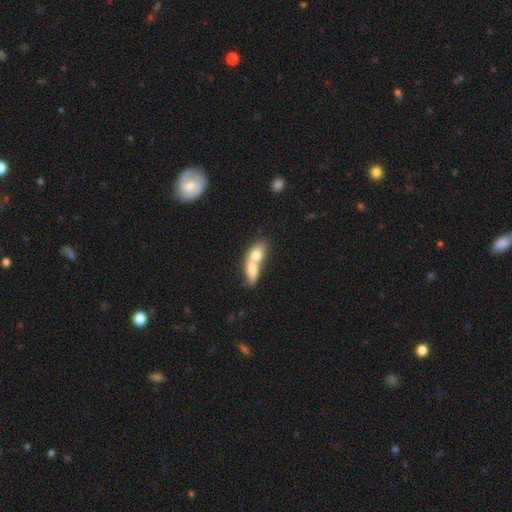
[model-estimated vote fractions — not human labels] Smooth or featured?
  - smooth: 72% *
  - featured or disk: 22%
  - star or artifact: 6%
How rounded?
  - in between: 71% *
  - round: 16%
  - cigar-shaped: 13%
Merging?
  - merger: 80% *
  - none: 12%
  - minor disturbance: 5%
  - major disturbance: 4%